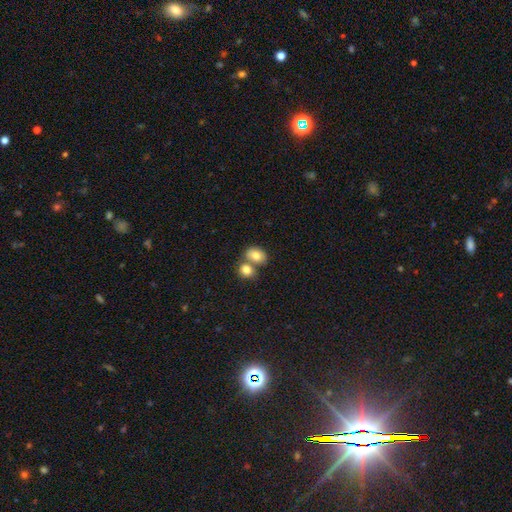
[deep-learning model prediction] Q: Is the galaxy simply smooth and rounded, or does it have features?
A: smooth — 79%.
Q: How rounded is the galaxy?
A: in between — 64%.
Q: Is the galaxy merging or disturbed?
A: merger — 52%.